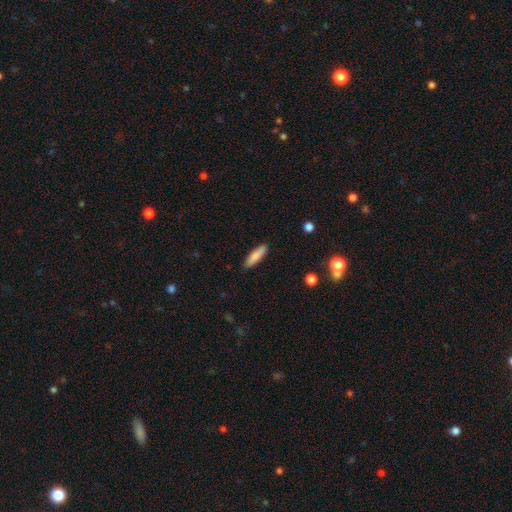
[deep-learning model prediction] This appears to be a smooth galaxy with no disk features (84%) that is cigar-shaped (67%). Merging: none (89%).